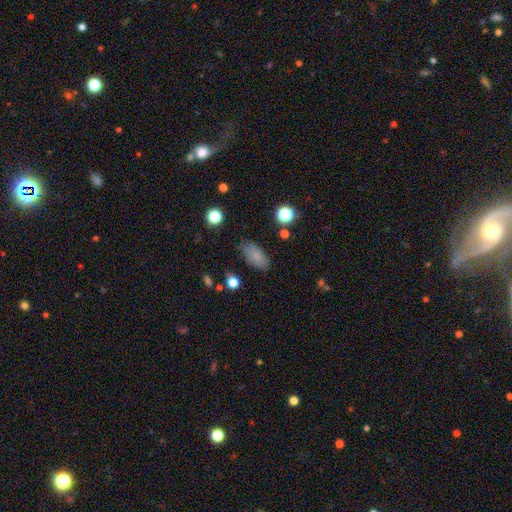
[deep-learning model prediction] Smooth or featured?
  - smooth: 78% *
  - featured or disk: 12%
  - star or artifact: 10%
How rounded?
  - in between: 89% *
  - cigar-shaped: 6%
  - round: 5%
Merging?
  - none: 75% *
  - minor disturbance: 18%
  - major disturbance: 5%
  - merger: 2%